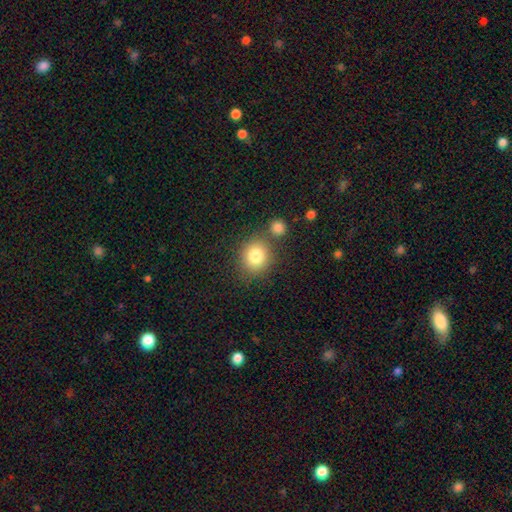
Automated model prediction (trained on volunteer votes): smooth-or-featured: smooth: 81% | star or artifact: 10% | featured or disk: 8%
  how-rounded: round: 79% | in between: 20% | cigar-shaped: 1%
  merging: none: 70% | merger: 16% | minor disturbance: 10% | major disturbance: 4%